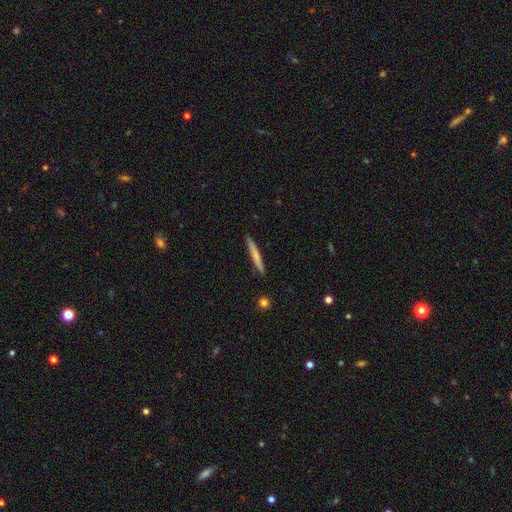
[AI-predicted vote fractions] Morphology: type=smooth (64%); roundness=cigar-shaped (96%); merging=none (91%).